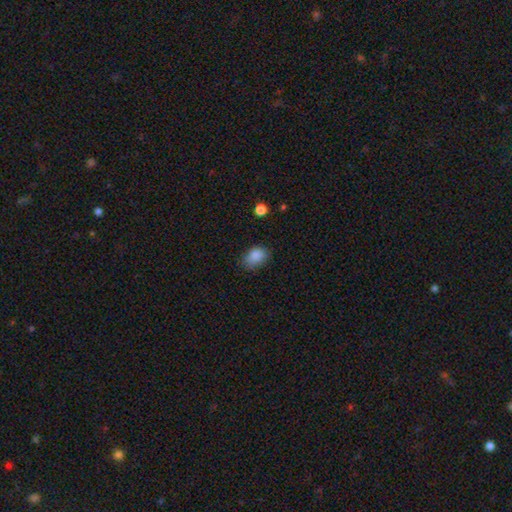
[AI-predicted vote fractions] A smooth galaxy with no disk features (86%) that is in between round and cigar-shaped (79%). Merging: none (68%).